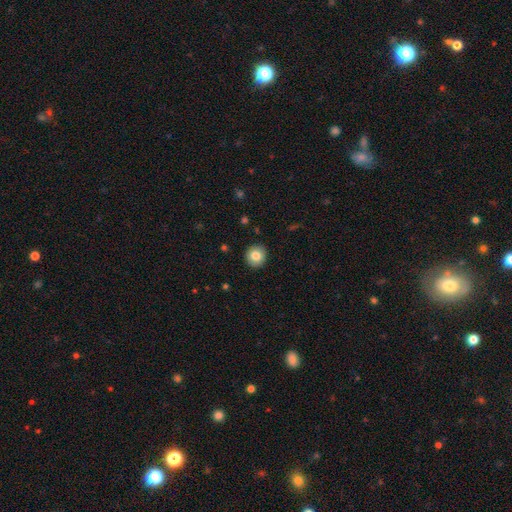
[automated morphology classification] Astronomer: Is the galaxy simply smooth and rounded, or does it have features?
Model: smooth — 82%.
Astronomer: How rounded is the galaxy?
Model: round — 92%.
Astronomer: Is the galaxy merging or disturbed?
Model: none — 92%.